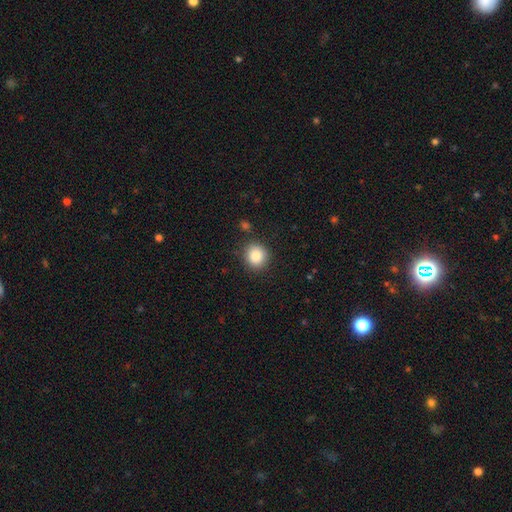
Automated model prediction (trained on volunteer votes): This is clearly a smooth galaxy (86%). How rounded: clearly round (86%). Merging: clearly none (87%).